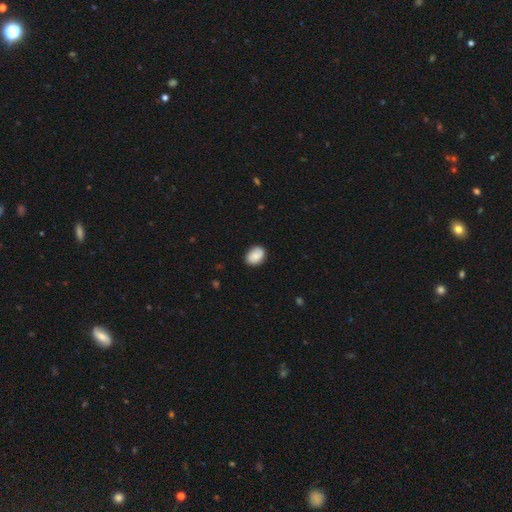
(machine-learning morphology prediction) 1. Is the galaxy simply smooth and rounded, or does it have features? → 80% smooth, 13% featured or disk, 7% star or artifact.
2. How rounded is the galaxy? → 77% in between, 22% round, 1% cigar-shaped.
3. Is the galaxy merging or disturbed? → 82% none, 14% minor disturbance, 3% major disturbance, 1% merger.